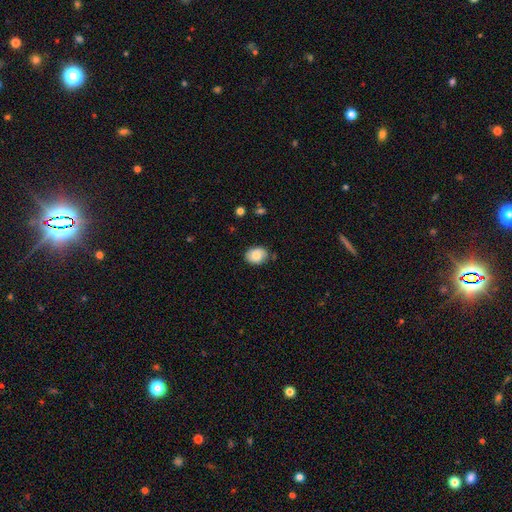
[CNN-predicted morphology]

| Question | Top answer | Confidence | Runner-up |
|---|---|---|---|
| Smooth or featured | smooth | 81% | featured or disk (12%) |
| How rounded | in between | 62% | round (37%) |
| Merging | none | 77% | minor disturbance (18%) |